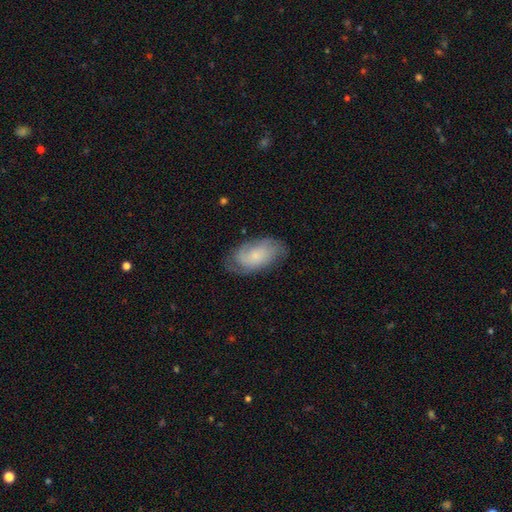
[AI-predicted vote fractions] Morphology: type=featured or disk (55%); edge-on=no (95%); bar=no (78%); spiral arms=yes (87%); bulge=small (64%); merging=none (70%).